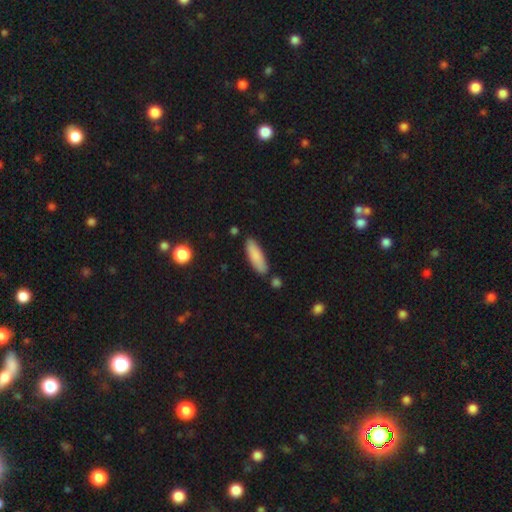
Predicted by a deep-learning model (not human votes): This appears to be a smooth galaxy with no disk features (85%) that is cigar-shaped (57%). Merging: none (81%).